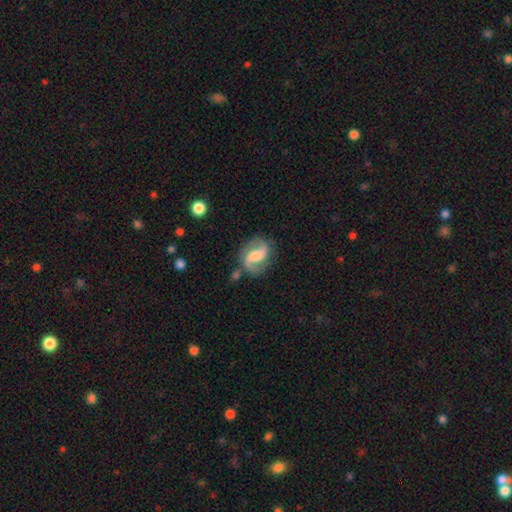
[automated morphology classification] Smooth or featured? Predicted: featured or disk (p=0.85). Edge-on disk? Predicted: no (p=0.98). Bar? Predicted: weak (p=0.46). Spiral arms? Predicted: yes (p=0.97). Spiral winding? Predicted: medium (p=0.46). Spiral arm count? Predicted: 2 (p=0.93). Bulge size? Predicted: moderate (p=0.39). Merging? Predicted: none (p=0.75).